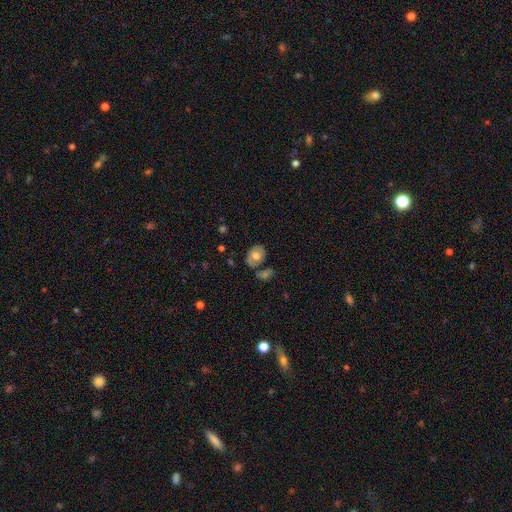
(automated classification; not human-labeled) Smooth or featured? Predicted: smooth (p=0.55). How rounded? Predicted: in between (p=0.61). Merging? Predicted: none (p=0.54).